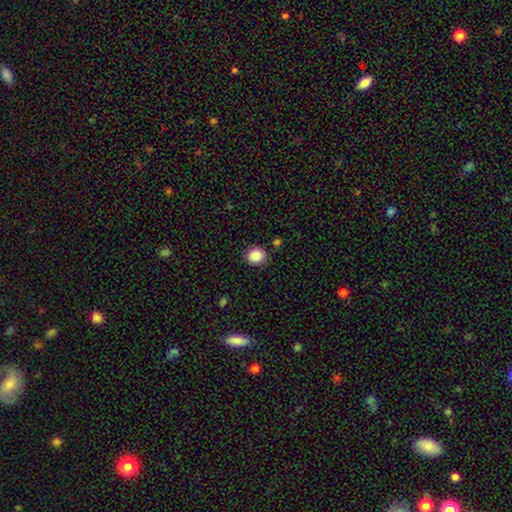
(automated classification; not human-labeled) A smooth galaxy with no disk features (87%) that is round (80%).

Vote fractions:
- Smooth or featured? smooth: 87% / star or artifact: 9% / featured or disk: 4%
- How rounded? round: 80% / in between: 19% / cigar-shaped: 1%
- Merging? none: 86% / minor disturbance: 9% / merger: 3% / major disturbance: 3%